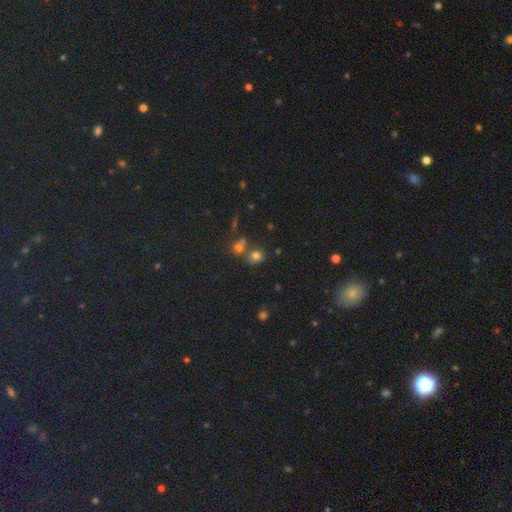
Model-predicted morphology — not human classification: smooth 72%, star or artifact 18%, featured or disk 10%. Down the decision tree: how rounded — round (71%); merging — none (56%).